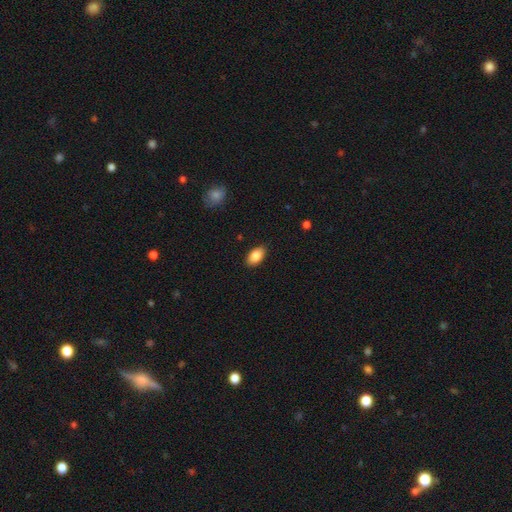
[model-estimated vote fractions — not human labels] A smooth galaxy with no disk features (85%) that is in between round and cigar-shaped (92%).

Vote fractions:
- Smooth or featured? smooth: 85% / featured or disk: 8% / star or artifact: 7%
- How rounded? in between: 92% / round: 6% / cigar-shaped: 2%
- Merging? none: 88% / minor disturbance: 9% / major disturbance: 2% / merger: 1%